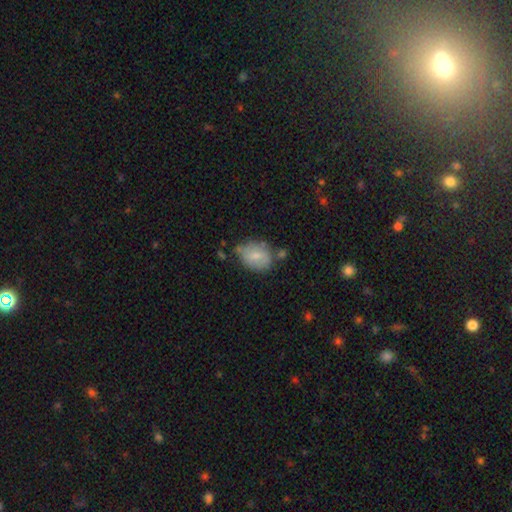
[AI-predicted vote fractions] Smooth or featured: smooth — 71% (featured or disk — 21%)
How rounded: in between — 60% (round — 39%)
Merging: none — 60% (minor disturbance — 24%)